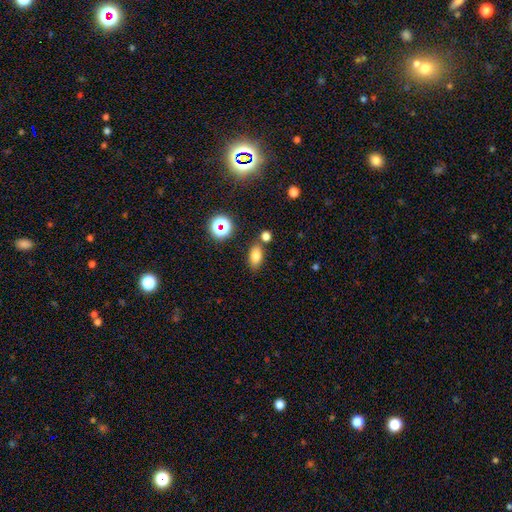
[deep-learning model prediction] smooth-or-featured: smooth: 77% | star or artifact: 14% | featured or disk: 9%
  how-rounded: in between: 84% | round: 12% | cigar-shaped: 4%
  merging: none: 75% | minor disturbance: 12% | merger: 10% | major disturbance: 3%